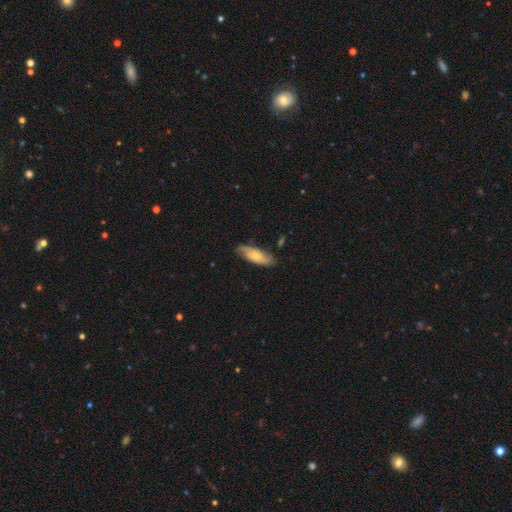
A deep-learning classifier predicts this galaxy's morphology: type=smooth (53%); roundness=in between (68%); merging=none (71%).